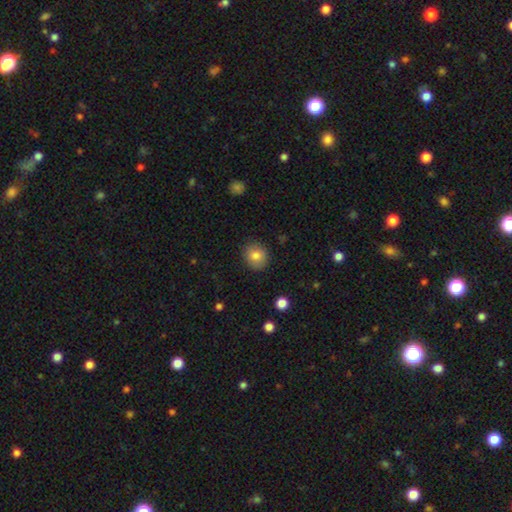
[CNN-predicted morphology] smooth_or_featured: smooth (p=0.82) [alt: featured or disk p=0.09]
how_rounded: round (p=0.80) [alt: in between p=0.19]
merging: none (p=0.89) [alt: minor disturbance p=0.08]